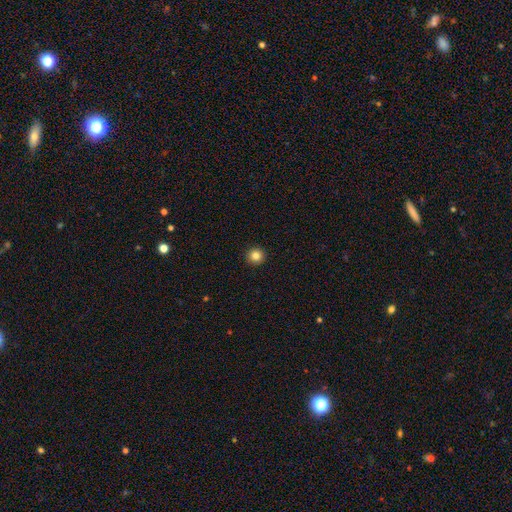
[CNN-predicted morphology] smooth_or_featured: smooth (p=0.84) [alt: star or artifact p=0.11]
how_rounded: round (p=0.95) [alt: in between p=0.04]
merging: none (p=0.94) [alt: minor disturbance p=0.04]